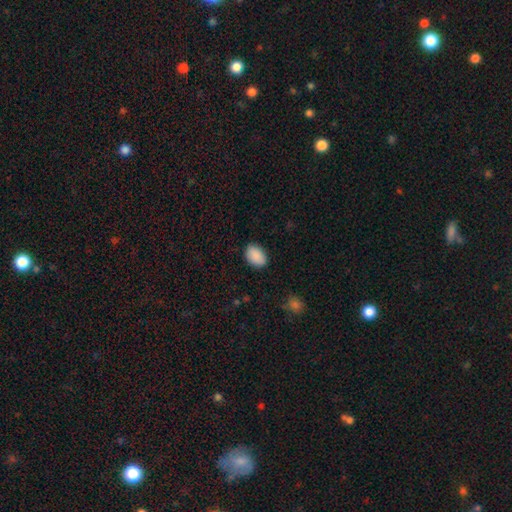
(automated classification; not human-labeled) Smooth or featured? smooth (90%)
How rounded? in between (85%)
Merging? none (84%)